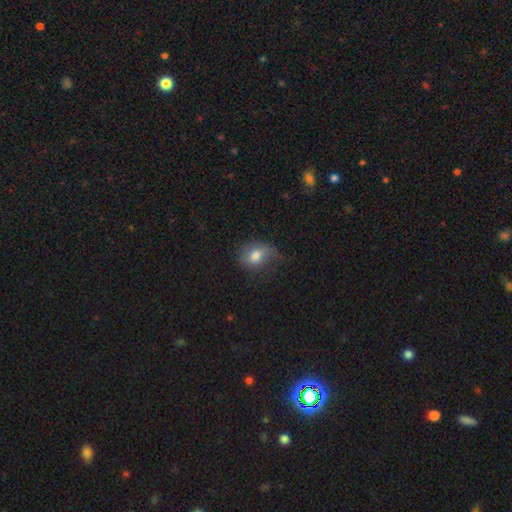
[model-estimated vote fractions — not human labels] Smooth or featured? smooth (69%)
How rounded? in between (56%)
Merging? none (51%)